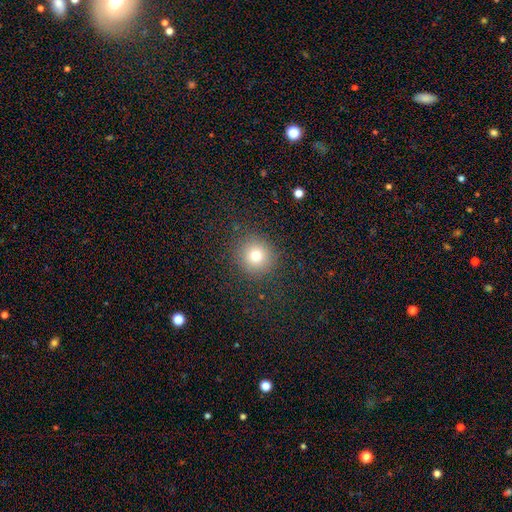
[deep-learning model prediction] smooth_or_featured: smooth (p=0.76) [alt: star or artifact p=0.15]
how_rounded: round (p=0.93) [alt: in between p=0.06]
merging: none (p=0.88) [alt: minor disturbance p=0.07]